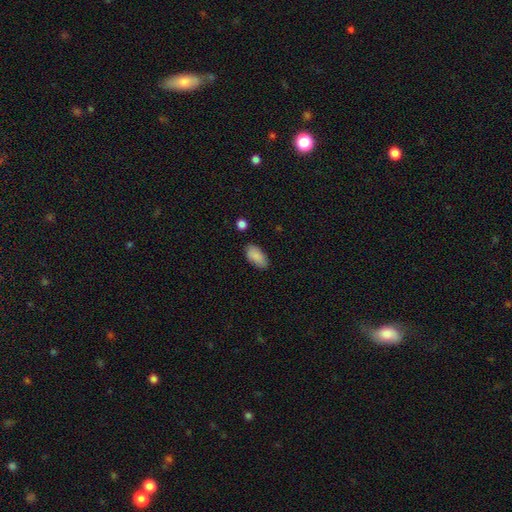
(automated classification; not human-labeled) The model was most divided on "merging": none: 81%, minor disturbance: 14%, major disturbance: 3%, merger: 2%. More confident: how rounded — in between (92%); smooth or featured — smooth (88%).